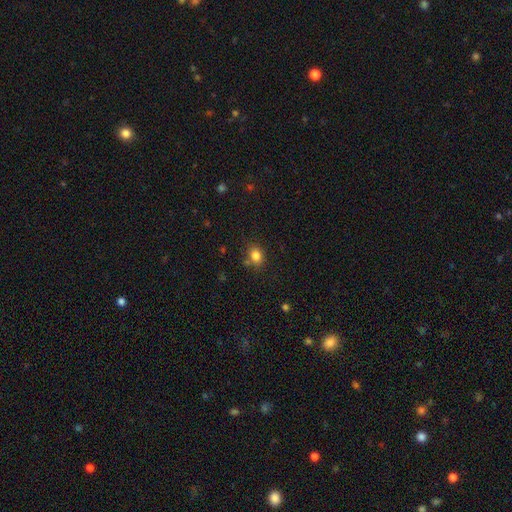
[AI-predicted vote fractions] smooth-or-featured: smooth: 82% | star or artifact: 12% | featured or disk: 6%
  how-rounded: round: 56% | in between: 43% | cigar-shaped: 1%
  merging: none: 74% | minor disturbance: 15% | merger: 7% | major disturbance: 4%